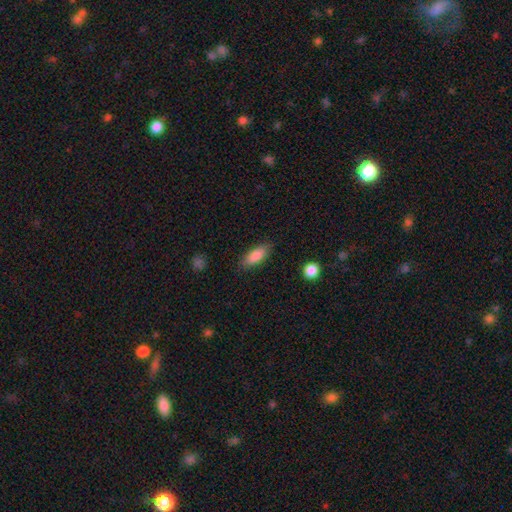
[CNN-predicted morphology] Smooth or featured? smooth (86%)
How rounded? in between (74%)
Merging? none (83%)